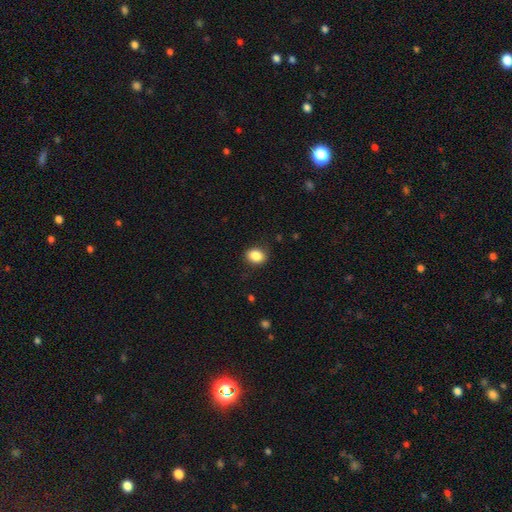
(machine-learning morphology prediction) A smooth galaxy with no disk features (86%) that is in between round and cigar-shaped (62%).

Vote fractions:
- Smooth or featured? smooth: 86% / star or artifact: 9% / featured or disk: 5%
- How rounded? in between: 62% / round: 37% / cigar-shaped: 1%
- Merging? none: 85% / minor disturbance: 11% / major disturbance: 3% / merger: 1%